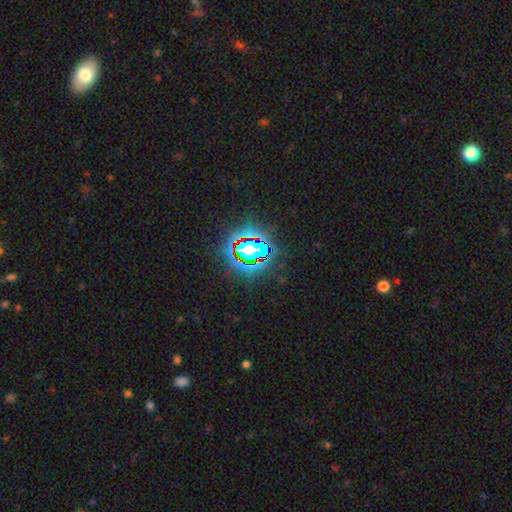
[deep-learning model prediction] Q: Smooth or featured?
A: star or artifact (80%); runner-up: smooth (13%)